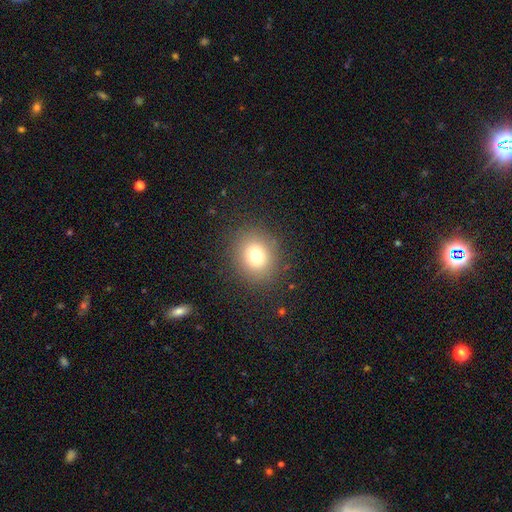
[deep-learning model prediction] Smooth or featured? smooth (75%)
How rounded? round (80%)
Merging? none (87%)